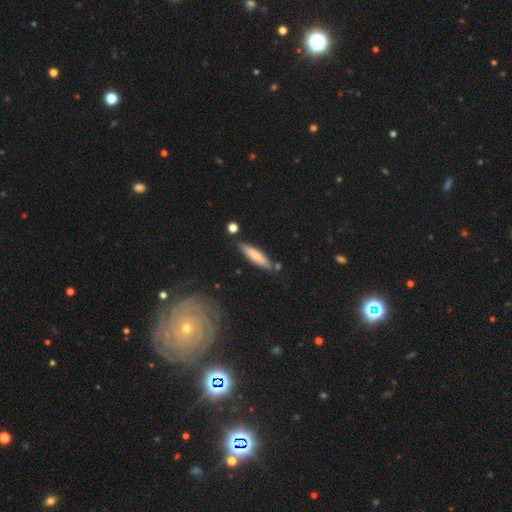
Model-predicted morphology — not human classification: Smooth or featured: smooth — 75% (featured or disk — 19%)
How rounded: cigar-shaped — 79% (in between — 20%)
Merging: none — 80% (minor disturbance — 12%)